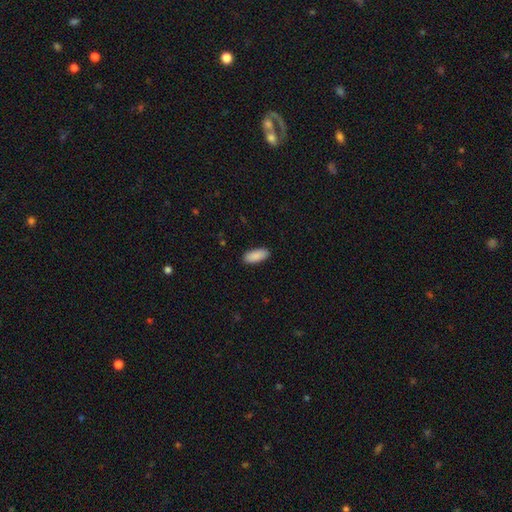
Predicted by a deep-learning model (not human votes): This is clearly a smooth galaxy (90%). How rounded: clearly in between (85%). Merging: clearly none (90%).